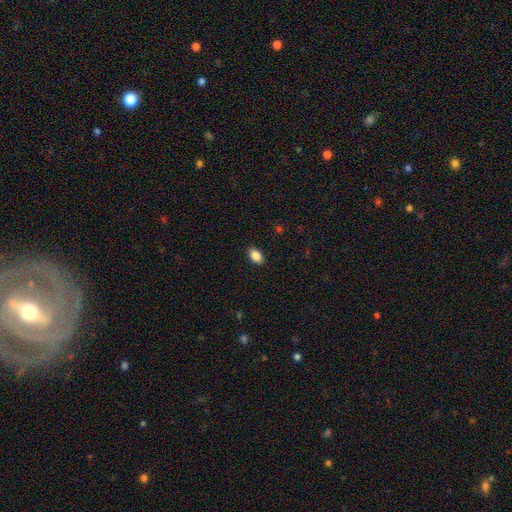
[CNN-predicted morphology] type=smooth (87%); roundness=in between (88%); merging=none (89%).